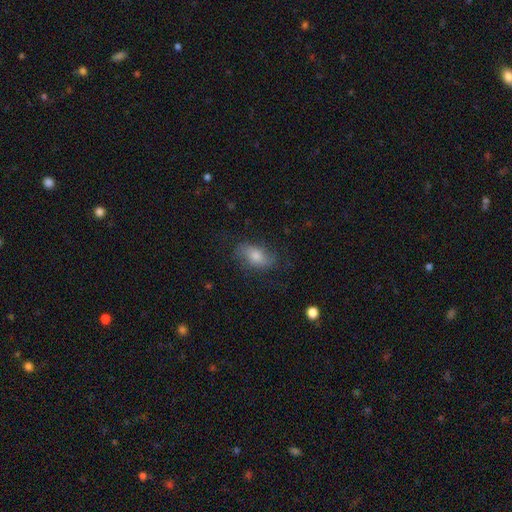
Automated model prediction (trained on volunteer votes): Q: Smooth or featured?
A: smooth (55%); runner-up: featured or disk (33%)
Q: How rounded?
A: in between (85%); runner-up: round (10%)
Q: Merging?
A: none (70%); runner-up: minor disturbance (20%)